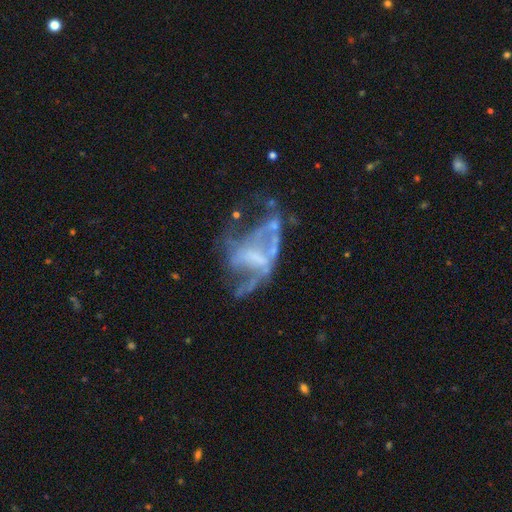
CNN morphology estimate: Smooth or featured?
  - featured or disk: 72% *
  - smooth: 15%
  - star or artifact: 13%
Edge-on disk?
  - no: 96% *
  - yes: 4%
Bar?
  - no: 56% *
  - weak: 28%
  - strong: 15%
Spiral arms?
  - no: 65% *
  - yes: 35%
Bulge size?
  - none: 59% *
  - small: 19%
  - moderate: 16%
  - large: 5%
  - dominant: 1%
Merging?
  - major disturbance: 46% *
  - none: 25%
  - minor disturbance: 15%
  - merger: 14%